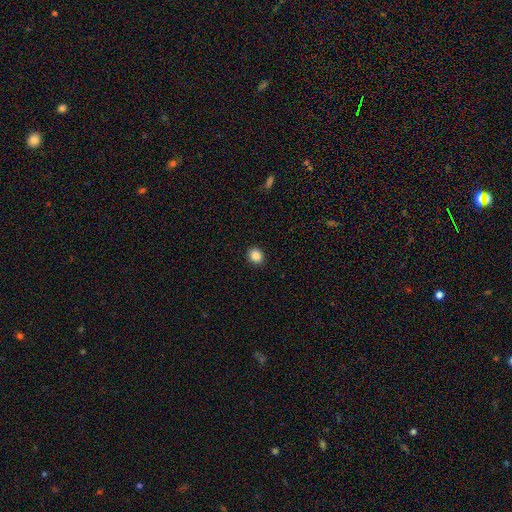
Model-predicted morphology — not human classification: smooth_or_featured: smooth (p=0.87) [alt: star or artifact p=0.09]
how_rounded: round (p=0.64) [alt: in between p=0.35]
merging: none (p=0.91) [alt: minor disturbance p=0.06]